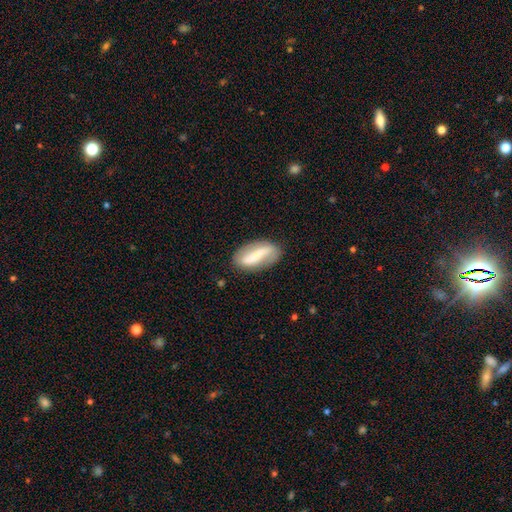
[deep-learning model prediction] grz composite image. It shows a featured or disk galaxy (52%). Merging: none (80%).